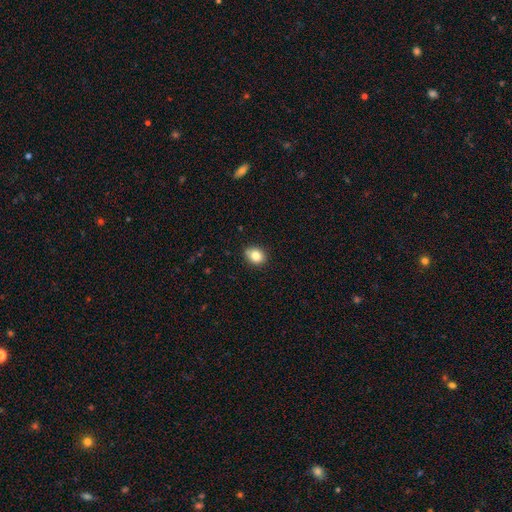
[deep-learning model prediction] Morphology: type=smooth (82%); roundness=round (50%); merging=none (83%).